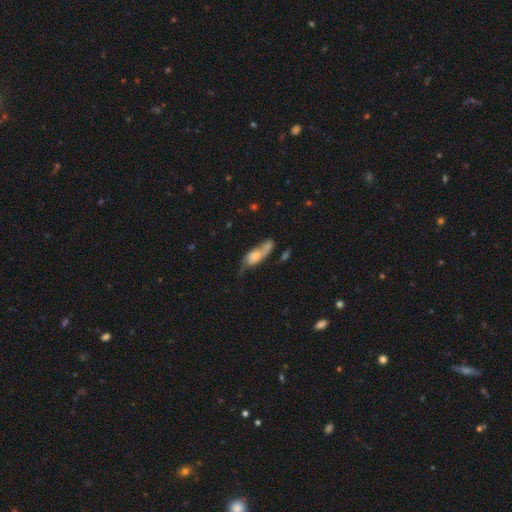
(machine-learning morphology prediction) Q: Smooth or featured?
A: featured or disk (47%); runner-up: smooth (44%)
Q: Merging?
A: none (38%); runner-up: minor disturbance (24%)